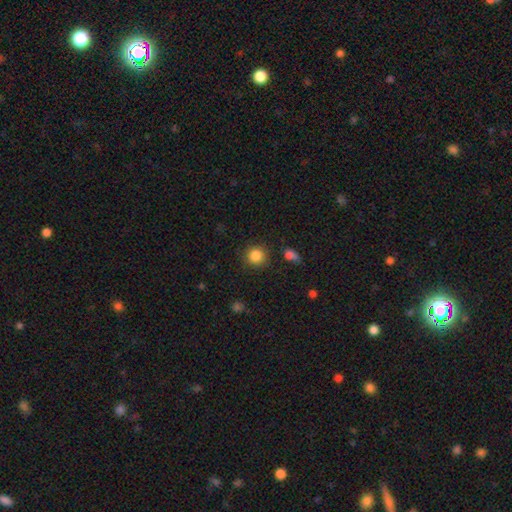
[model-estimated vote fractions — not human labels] A smooth galaxy with no disk features (86%) that is round (92%). Merging: none (85%).